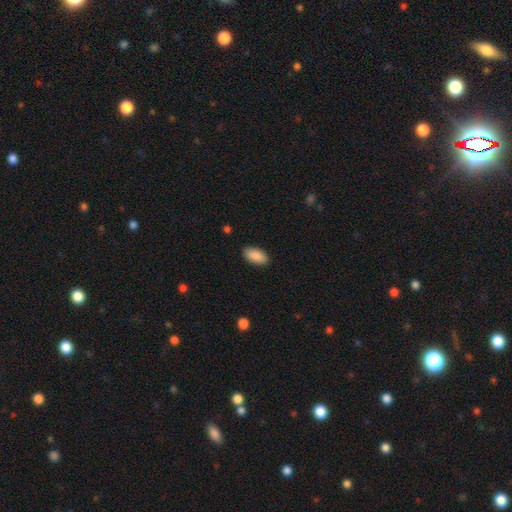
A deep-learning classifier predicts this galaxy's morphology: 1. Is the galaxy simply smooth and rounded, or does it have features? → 89% smooth, 6% star or artifact, 4% featured or disk.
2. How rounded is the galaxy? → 93% in between, 5% cigar-shaped, 2% round.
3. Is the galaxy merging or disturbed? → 89% none, 8% minor disturbance, 2% major disturbance, 1% merger.